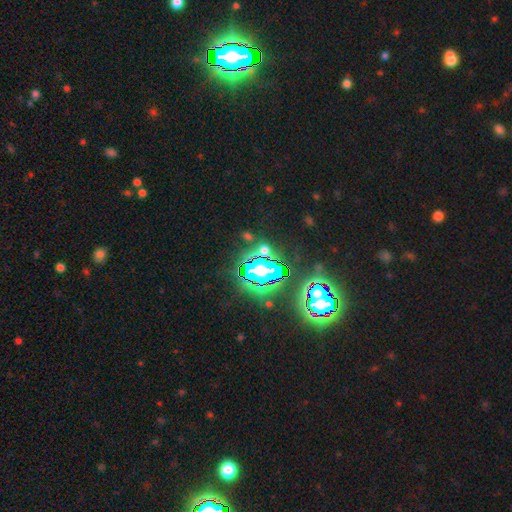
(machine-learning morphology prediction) Smooth or featured: star or artifact — 81% (smooth — 11%)